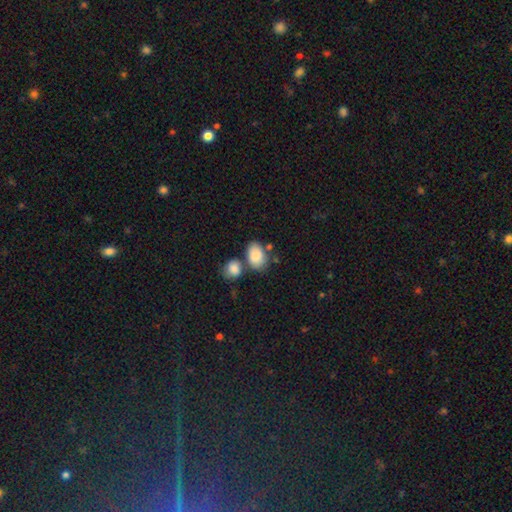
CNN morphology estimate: smooth_or_featured: smooth (p=0.84) [alt: featured or disk p=0.09]
how_rounded: in between (p=0.85) [alt: round p=0.13]
merging: none (p=0.53) [alt: merger p=0.28]